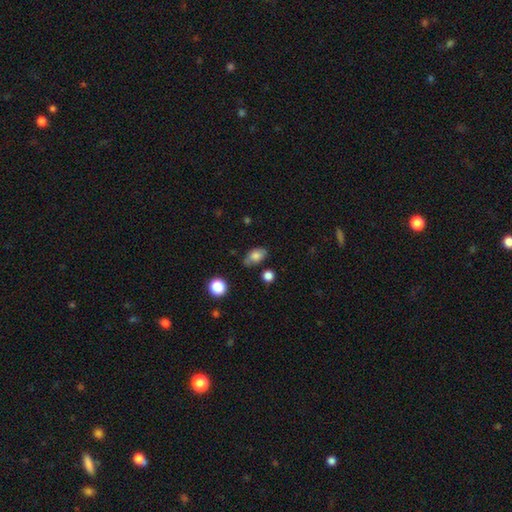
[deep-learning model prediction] smooth_or_featured: smooth (p=0.78) [alt: featured or disk p=0.13]
how_rounded: in between (p=0.85) [alt: round p=0.12]
merging: none (p=0.67) [alt: minor disturbance p=0.23]